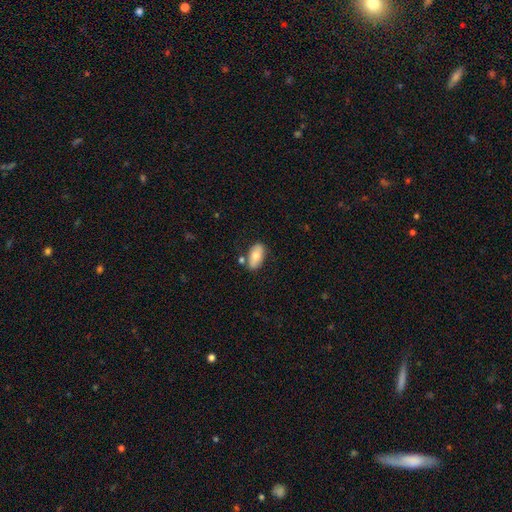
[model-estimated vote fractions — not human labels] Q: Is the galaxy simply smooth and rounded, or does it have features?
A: smooth — 74%.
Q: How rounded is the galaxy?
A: in between — 93%.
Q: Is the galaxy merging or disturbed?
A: none — 76%.